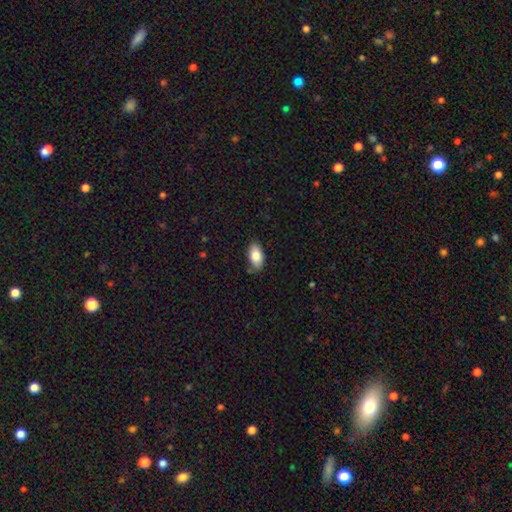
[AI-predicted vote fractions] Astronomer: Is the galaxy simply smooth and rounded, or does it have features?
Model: smooth — 84%.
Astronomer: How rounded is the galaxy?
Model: in between — 93%.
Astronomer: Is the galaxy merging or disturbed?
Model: none — 77%.